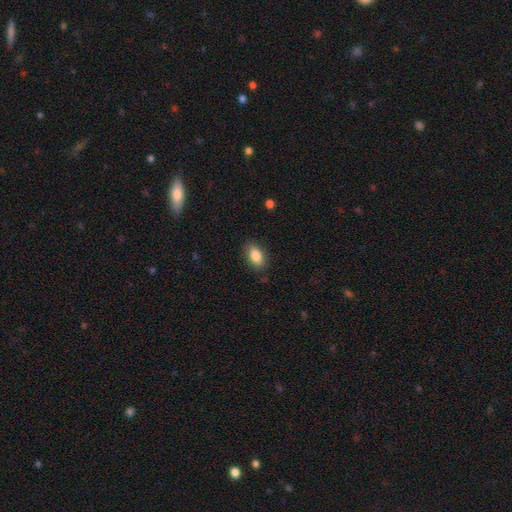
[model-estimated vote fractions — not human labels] A smooth galaxy with no disk features (86%) that is in between round and cigar-shaped (89%). Merging: none (84%).